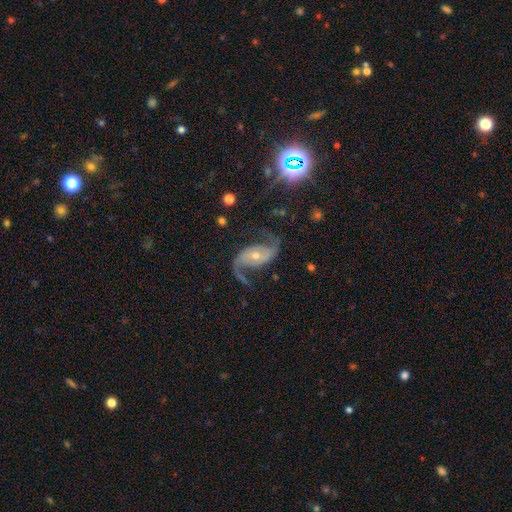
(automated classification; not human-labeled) Smooth or featured: featured or disk — 89% (star or artifact — 6%)
Edge-on disk: no — 97% (yes — 3%)
Bar: no — 53% (weak — 30%)
Spiral arms: yes — 97% (no — 3%)
Spiral winding: loose — 66% (medium — 27%)
Spiral arm count: 2 — 93% (1 — 2%)
Bulge size: small — 49% (moderate — 46%)
Merging: none — 73% (minor disturbance — 14%)